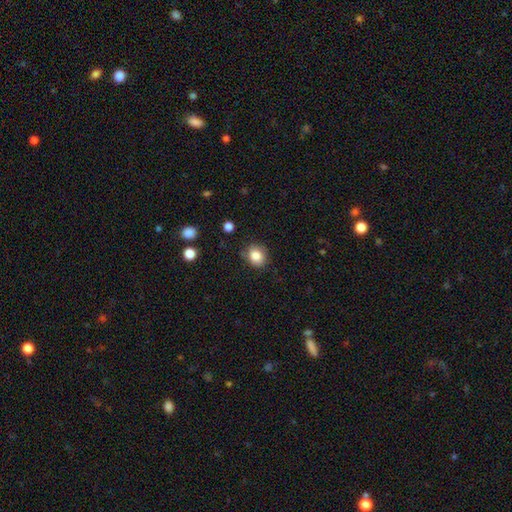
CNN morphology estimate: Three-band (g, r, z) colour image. It shows a smooth galaxy with no disk features (84%) that is round (64%). Merging: none (76%).